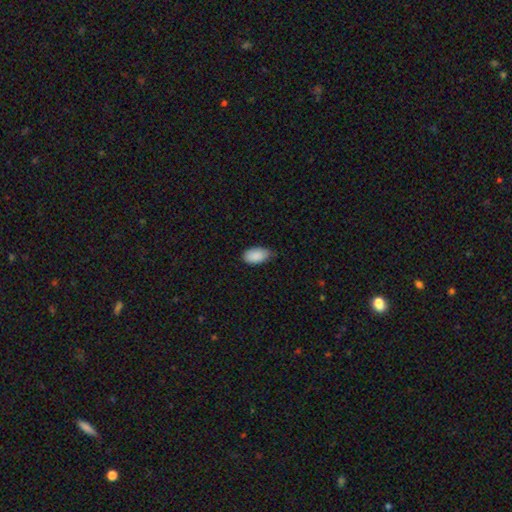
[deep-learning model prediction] Smooth or featured? Predicted: smooth (p=0.89). How rounded? Predicted: in between (p=0.94). Merging? Predicted: none (p=0.69).